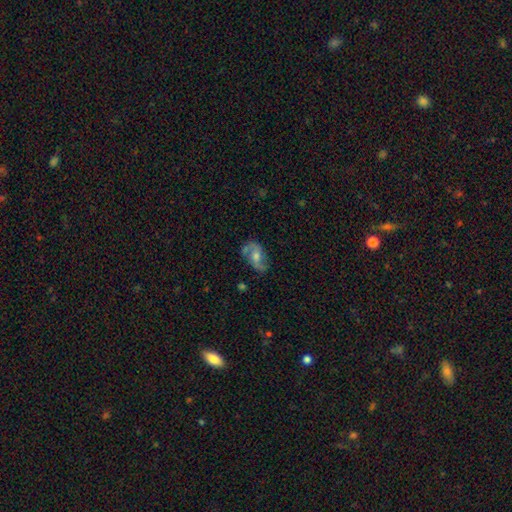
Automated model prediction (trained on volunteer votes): Overall: featured or disk (72%). Edge-on disk: no (96%). Bar: no (51%; weak 39%). Spiral arms: yes (90%). Spiral arm count: 2 (86%). Spiral winding: loose (50%; medium 39%). Bulge size: moderate (56%; small 30%). Merging: none (67%).